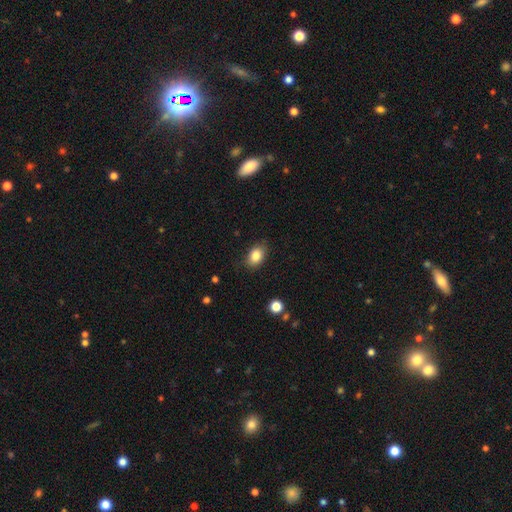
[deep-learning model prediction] Overall: smooth (85%). How rounded: in between (81%). Merging: none (82%).